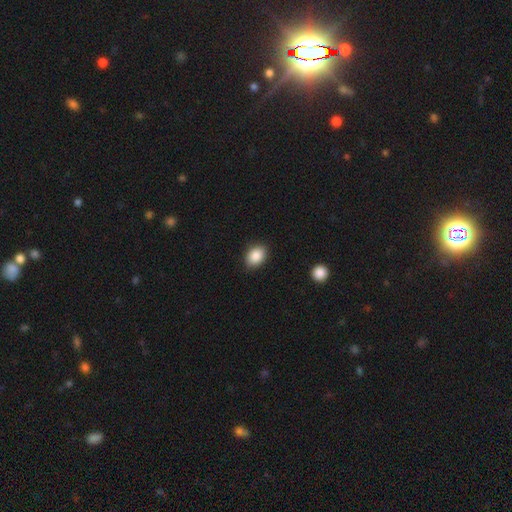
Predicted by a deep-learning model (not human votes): This appears to be a smooth galaxy with no disk features (88%) that is in between round and cigar-shaped (71%). Merging: none (88%).